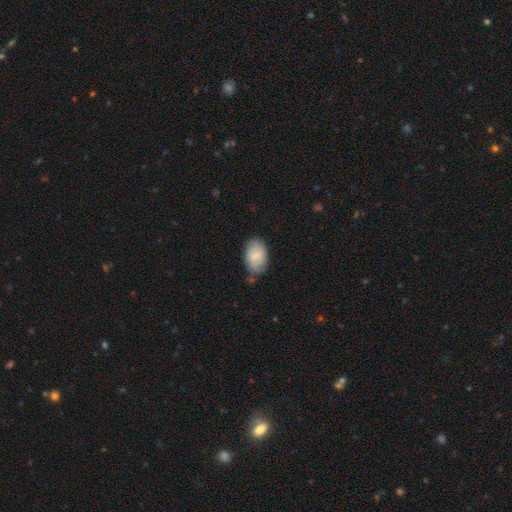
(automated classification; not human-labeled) smooth 67%, featured or disk 26%, star or artifact 7%. Down the decision tree: how rounded — in between (90%); merging — none (69%).